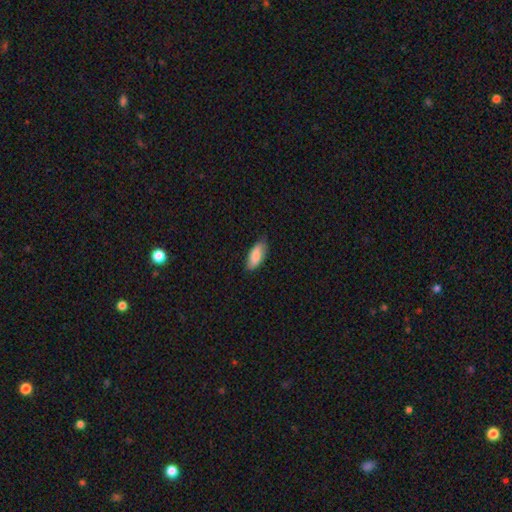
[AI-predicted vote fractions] This is clearly a smooth galaxy (82%). How rounded: clearly in between (83%). Merging: likely none (78%).